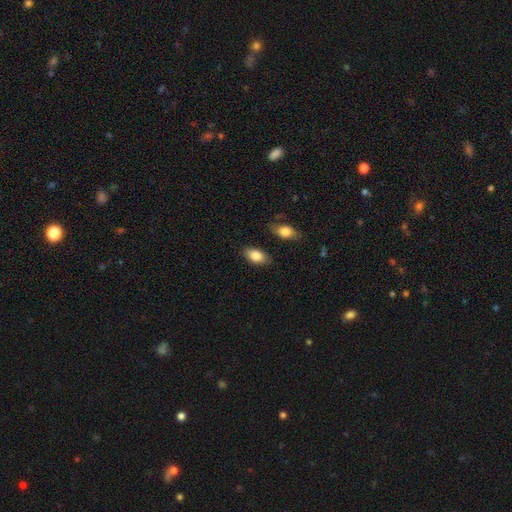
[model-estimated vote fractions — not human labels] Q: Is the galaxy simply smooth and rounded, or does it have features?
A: smooth — 83%.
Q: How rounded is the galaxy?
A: in between — 91%.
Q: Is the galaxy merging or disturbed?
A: none — 84%.